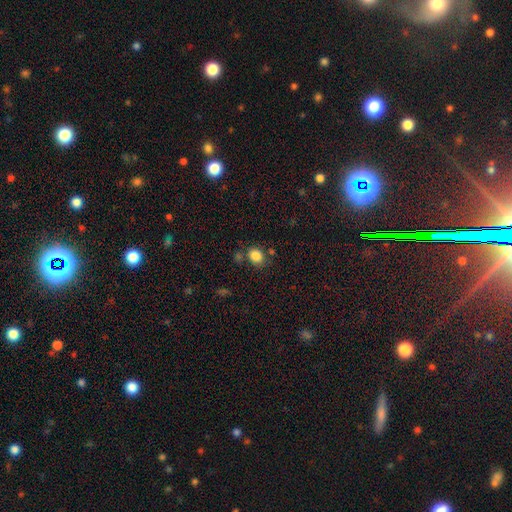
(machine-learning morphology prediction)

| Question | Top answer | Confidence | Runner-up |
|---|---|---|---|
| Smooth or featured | smooth | 85% | star or artifact (10%) |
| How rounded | round | 50% | in between (49%) |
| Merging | none | 71% | minor disturbance (14%) |